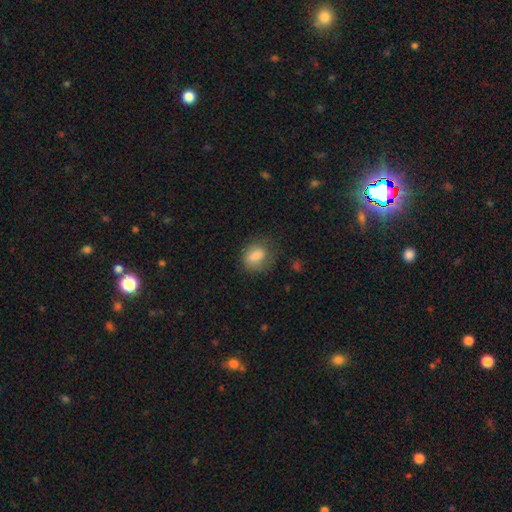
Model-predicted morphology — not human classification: smooth-or-featured: smooth: 80% | featured or disk: 11% | star or artifact: 9%
  how-rounded: in between: 63% | round: 35% | cigar-shaped: 2%
  merging: none: 64% | minor disturbance: 24% | major disturbance: 11% | merger: 2%